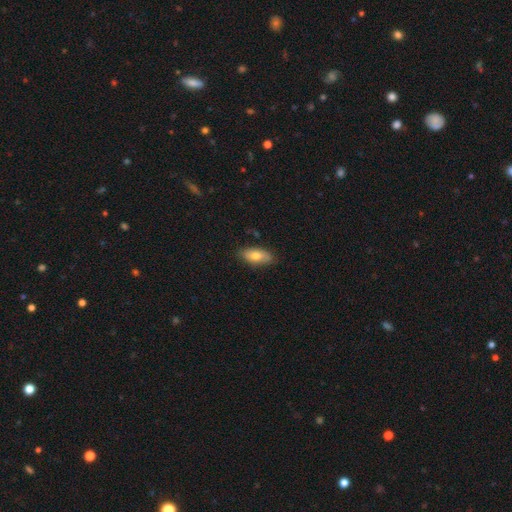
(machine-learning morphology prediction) A smooth galaxy with no disk features (73%) that is in between round and cigar-shaped (89%).

Vote fractions:
- Smooth or featured? smooth: 73% / featured or disk: 21% / star or artifact: 6%
- How rounded? in between: 89% / cigar-shaped: 8% / round: 3%
- Merging? none: 82% / minor disturbance: 15% / major disturbance: 2% / merger: 1%